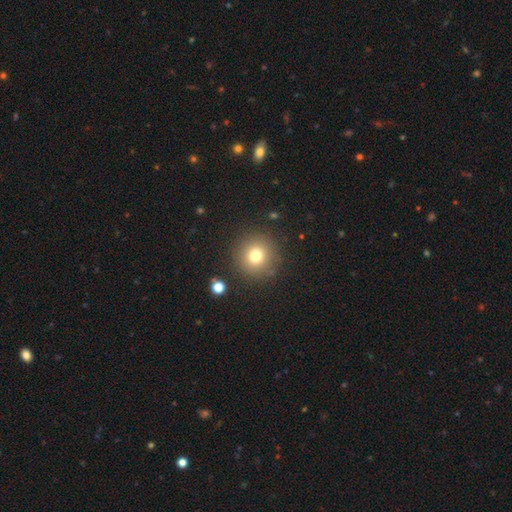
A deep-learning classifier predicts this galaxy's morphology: Smooth or featured? smooth (75%)
How rounded? round (95%)
Merging? none (88%)